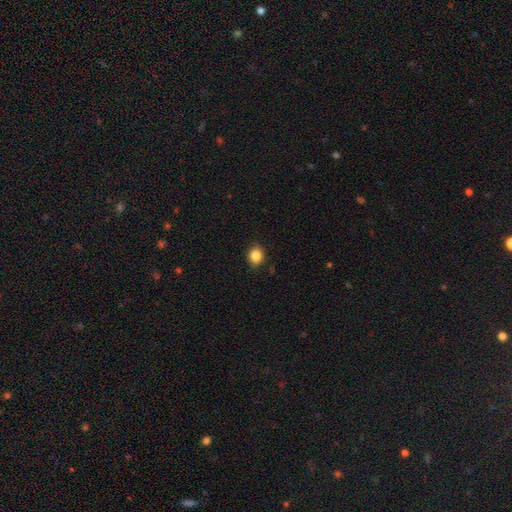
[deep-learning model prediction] Smooth or featured: smooth — 85% (star or artifact — 10%)
How rounded: round — 65% (in between — 34%)
Merging: none — 87% (minor disturbance — 10%)